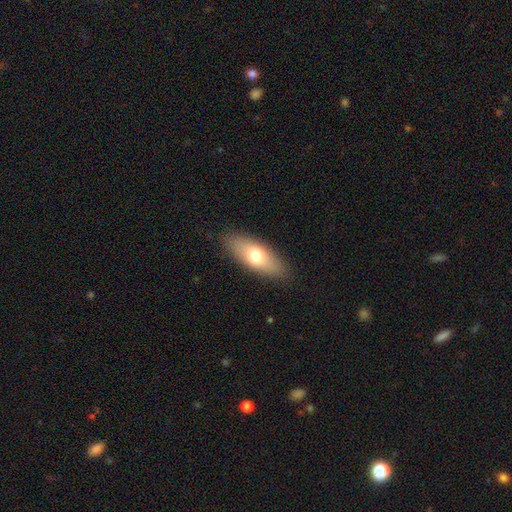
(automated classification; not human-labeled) smooth 69%, featured or disk 24%, star or artifact 7%. Down the decision tree: how rounded — in between (75%); merging — none (87%).